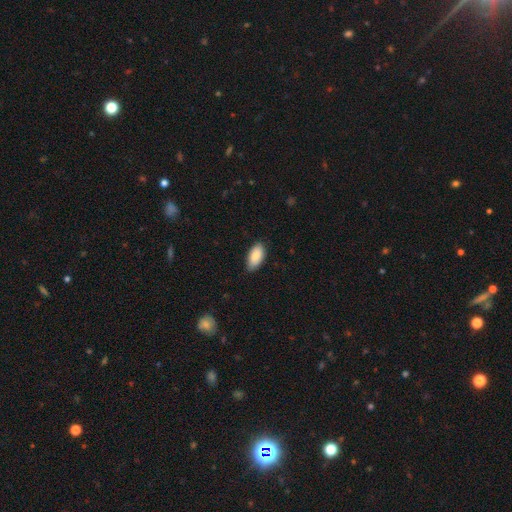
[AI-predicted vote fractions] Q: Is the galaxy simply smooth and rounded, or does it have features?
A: smooth — 87%.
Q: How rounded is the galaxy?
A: in between — 94%.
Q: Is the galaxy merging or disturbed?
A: none — 82%.